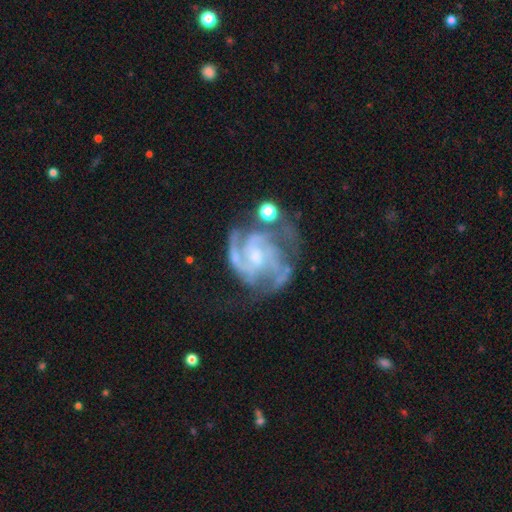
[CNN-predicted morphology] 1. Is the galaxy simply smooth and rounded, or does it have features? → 89% featured or disk, 6% star or artifact, 5% smooth.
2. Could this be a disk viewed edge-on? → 98% no, 2% yes.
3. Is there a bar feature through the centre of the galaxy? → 48% no, 41% weak, 11% strong.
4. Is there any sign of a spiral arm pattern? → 97% yes, 3% no.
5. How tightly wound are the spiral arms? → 49% medium, 40% tight, 10% loose.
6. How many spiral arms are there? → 41% 3, 28% 2, 13% can't tell, 8% 4, 5% 1, 5% more than 4.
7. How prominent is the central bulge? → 48% small, 31% moderate, 16% none, 3% large, 1% dominant.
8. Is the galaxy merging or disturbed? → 50% none, 22% minor disturbance, 21% major disturbance, 7% merger.